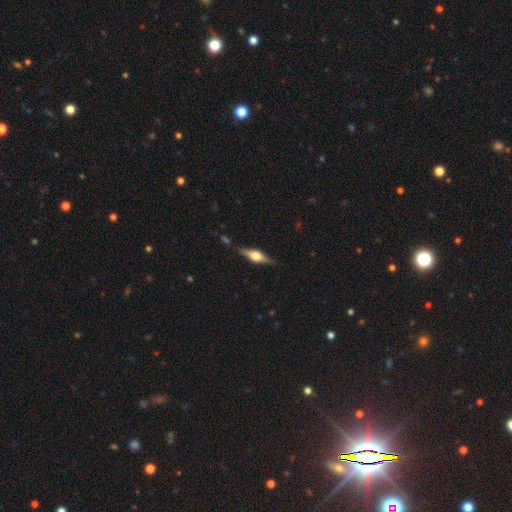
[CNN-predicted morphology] A featured or disk galaxy (71%) viewed edge-on (97%) with a rounded central bulge (90%). Merging: none (84%).